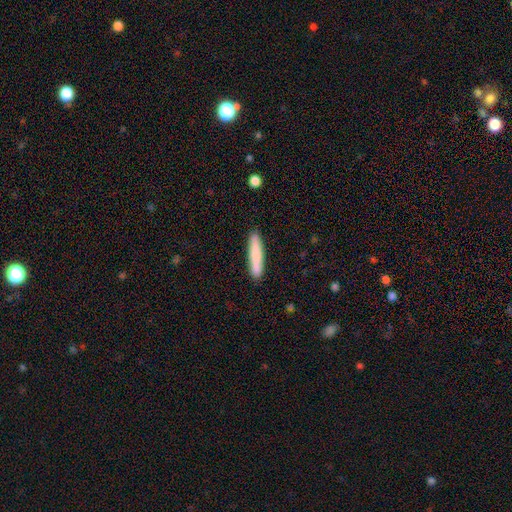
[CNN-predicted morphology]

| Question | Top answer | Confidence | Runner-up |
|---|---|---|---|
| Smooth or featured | smooth | 80% | featured or disk (14%) |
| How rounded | cigar-shaped | 92% | in between (7%) |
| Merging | none | 89% | minor disturbance (8%) |